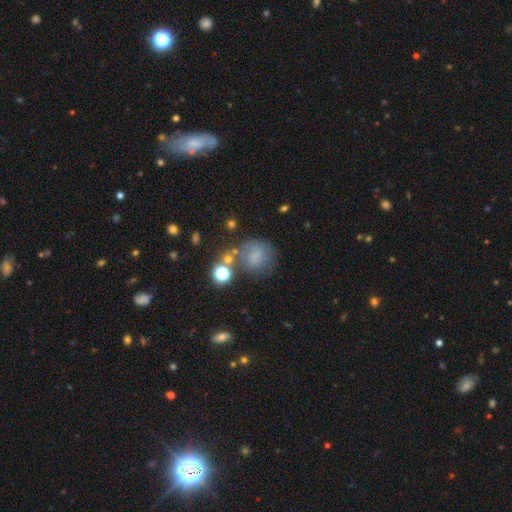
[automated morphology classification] smooth 63%, featured or disk 20%, star or artifact 17%. Down the decision tree: how rounded — round (80%); merging — none (52%).